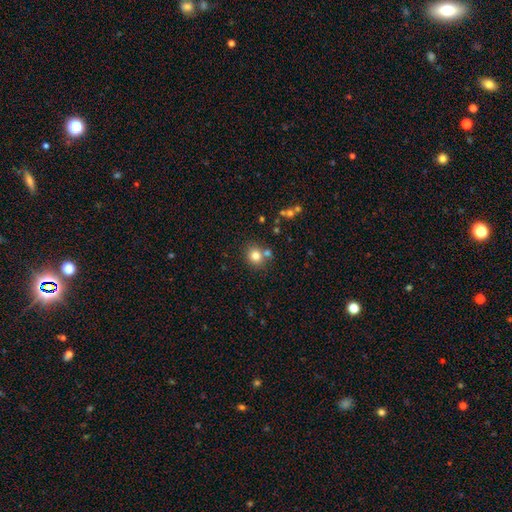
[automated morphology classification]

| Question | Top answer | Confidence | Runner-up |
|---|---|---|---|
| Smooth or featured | smooth | 79% | star or artifact (12%) |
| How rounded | round | 81% | in between (18%) |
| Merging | none | 67% | merger (20%) |